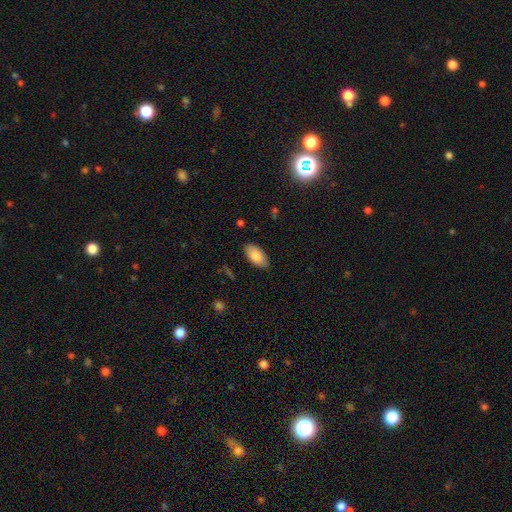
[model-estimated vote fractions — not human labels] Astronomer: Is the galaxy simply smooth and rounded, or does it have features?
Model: smooth — 87%.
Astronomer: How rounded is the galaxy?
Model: in between — 95%.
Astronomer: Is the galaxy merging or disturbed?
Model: none — 86%.